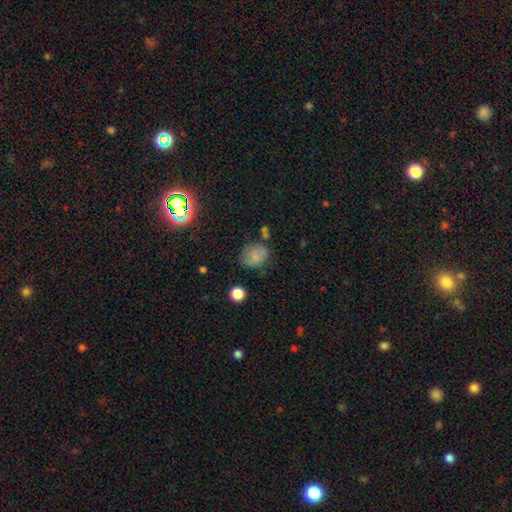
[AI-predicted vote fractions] Smooth or featured?
  - smooth: 75% *
  - star or artifact: 13%
  - featured or disk: 12%
How rounded?
  - round: 58% *
  - in between: 41%
  - cigar-shaped: 1%
Merging?
  - none: 66% *
  - minor disturbance: 22%
  - major disturbance: 7%
  - merger: 5%